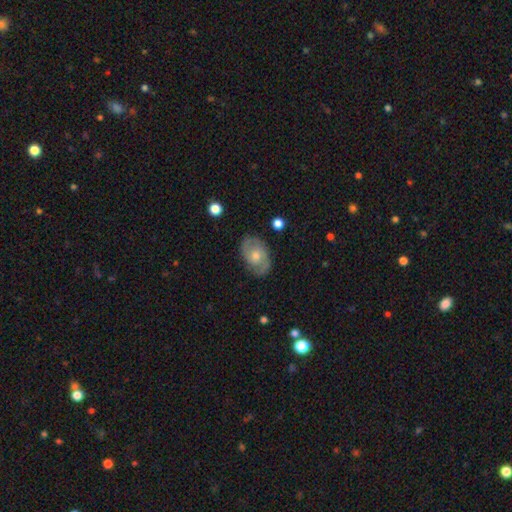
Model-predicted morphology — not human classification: Q: Smooth or featured?
A: featured or disk (71%); runner-up: smooth (22%)
Q: Edge-on disk?
A: no (96%); runner-up: yes (4%)
Q: Bar?
A: no (67%); runner-up: weak (29%)
Q: Spiral arms?
A: yes (88%); runner-up: no (12%)
Q: Spiral winding?
A: medium (45%); runner-up: tight (39%)
Q: Spiral arm count?
A: 2 (83%); runner-up: can't tell (10%)
Q: Bulge size?
A: moderate (61%); runner-up: small (31%)
Q: Merging?
A: none (83%); runner-up: minor disturbance (13%)